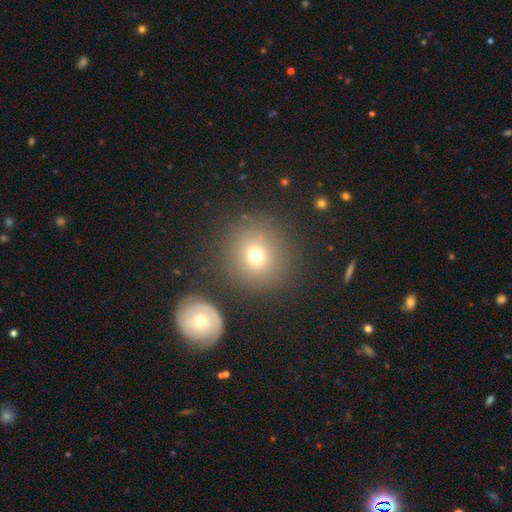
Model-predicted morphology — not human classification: Smooth or featured: smooth — 72% (star or artifact — 16%)
How rounded: round — 90% (in between — 9%)
Merging: none — 82% (minor disturbance — 8%)